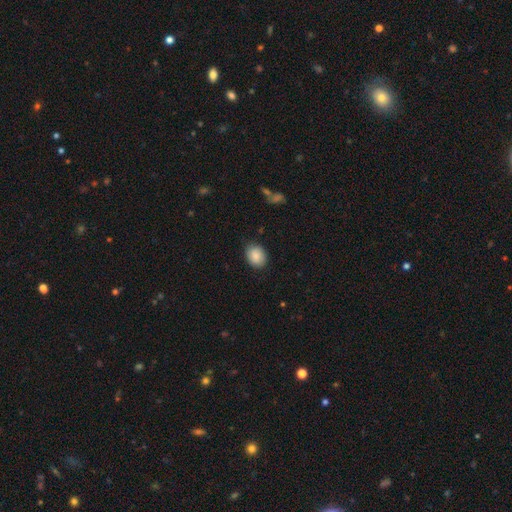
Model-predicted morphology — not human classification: This is clearly a smooth galaxy (86%). How rounded: possibly in between (56%). Merging: clearly none (83%).